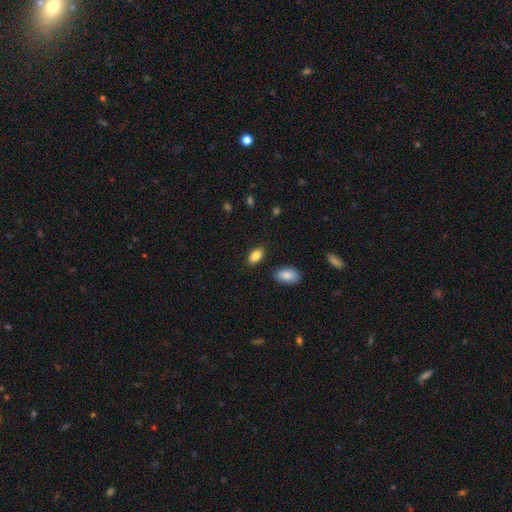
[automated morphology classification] Smooth or featured? Predicted: smooth (p=0.85). How rounded? Predicted: in between (p=0.92). Merging? Predicted: none (p=0.86).